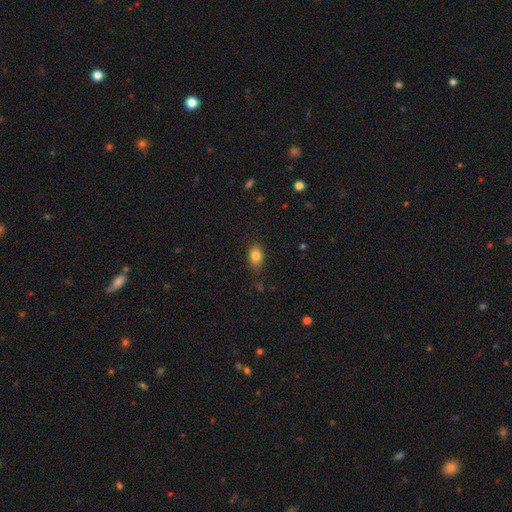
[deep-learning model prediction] Morphology: type=smooth (83%); roundness=in between (78%); merging=none (79%).